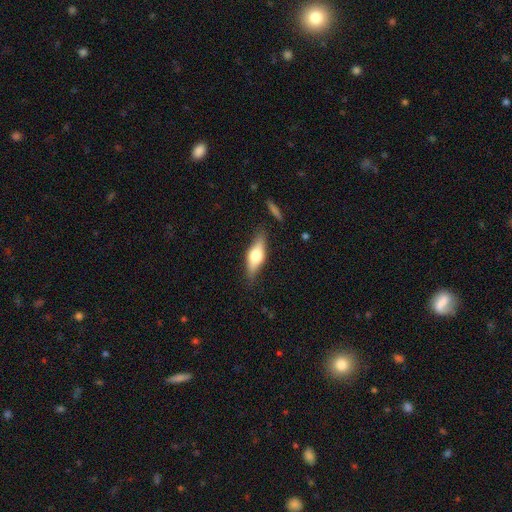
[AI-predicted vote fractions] Smooth or featured? Predicted: smooth (p=0.49). Merging? Predicted: none (p=0.80).